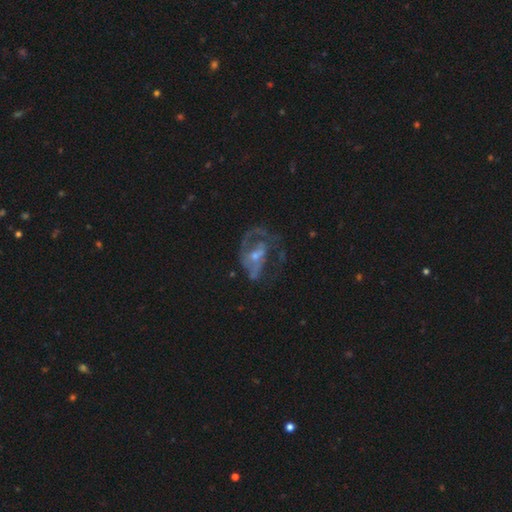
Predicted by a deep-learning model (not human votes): Overall: featured or disk (74%). Edge-on disk: no (96%). Bar: no (52%; weak 36%). Spiral arms: yes (68%; no 32%). Bulge size: small (53%; moderate 36%). Merging: major disturbance (42%; none 37%).